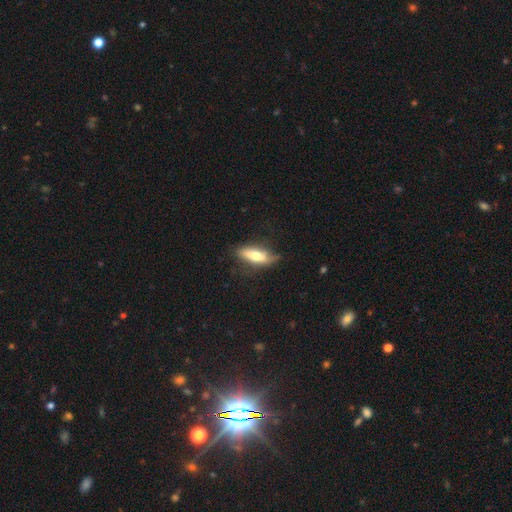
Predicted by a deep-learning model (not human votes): Overall: smooth (59%; featured or disk 35%). How rounded: in between (50%; cigar-shaped 47%). Merging: none (69%).